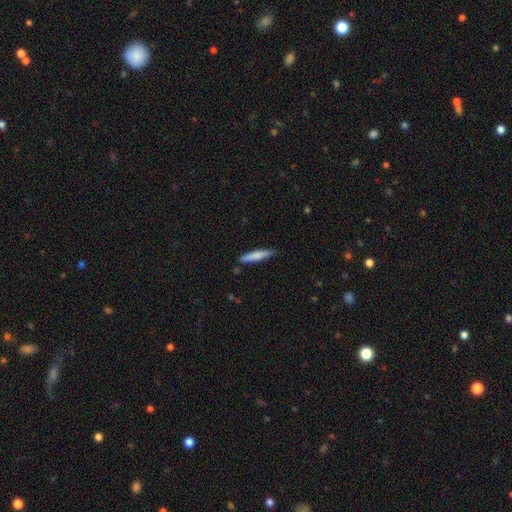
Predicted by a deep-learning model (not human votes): Smooth or featured? Predicted: smooth (p=0.77). How rounded? Predicted: cigar-shaped (p=0.91). Merging? Predicted: none (p=0.85).